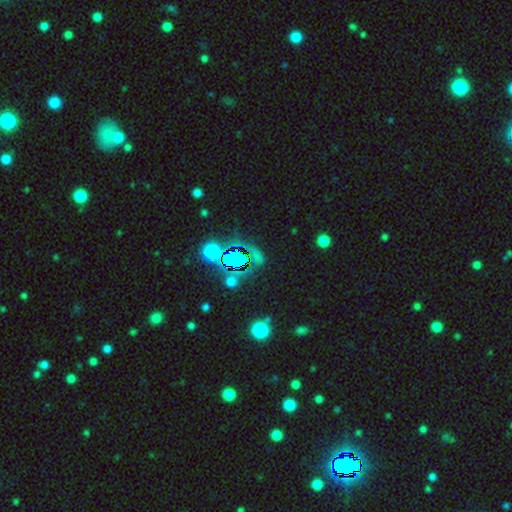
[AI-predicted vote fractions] smooth-or-featured: star or artifact: 65% | smooth: 24% | featured or disk: 11%